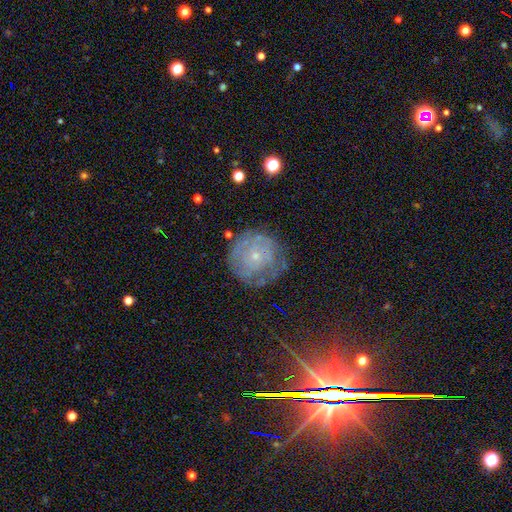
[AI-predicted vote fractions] A featured or disk galaxy (59%) with no bar (87%), spiral arms (60%) and a small central bulge (81%). Merging: none (66%).